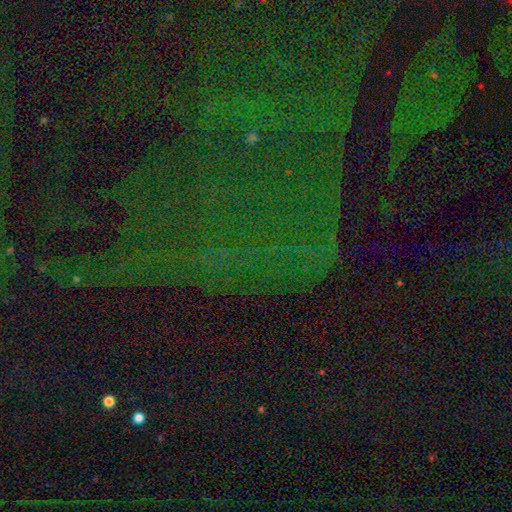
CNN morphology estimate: Q: Smooth or featured?
A: star or artifact (84%); runner-up: smooth (8%)